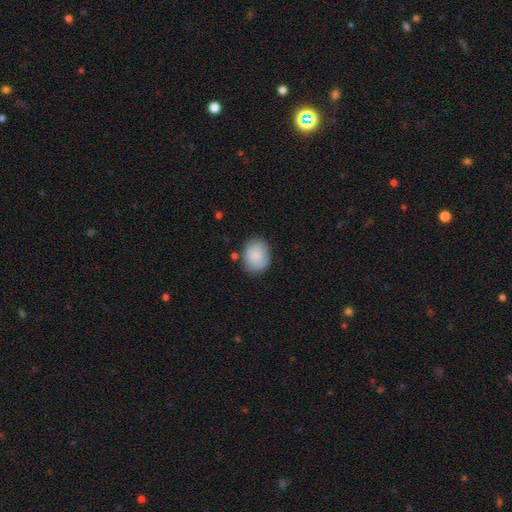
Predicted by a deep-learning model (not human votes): Smooth or featured: smooth — 87% (star or artifact — 7%)
How rounded: in between — 52% (round — 47%)
Merging: none — 79% (minor disturbance — 15%)